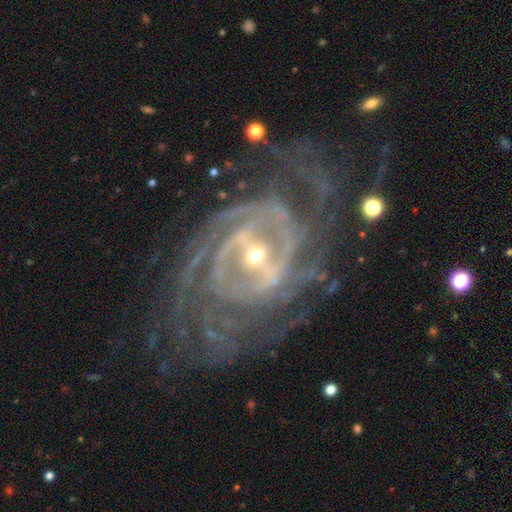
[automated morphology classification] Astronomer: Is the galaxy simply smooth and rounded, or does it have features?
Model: featured or disk — 90%.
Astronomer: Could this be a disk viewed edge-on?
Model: no — 97%.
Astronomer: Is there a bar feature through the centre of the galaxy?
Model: strong — 53% (runner-up: weak, 31%).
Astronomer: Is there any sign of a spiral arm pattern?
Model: yes — 95%.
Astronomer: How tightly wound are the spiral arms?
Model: tight — 55% (runner-up: medium, 33%).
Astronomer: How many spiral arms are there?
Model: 2 — 28% (runner-up: can't tell, 26%).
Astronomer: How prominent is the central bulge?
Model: small — 64%.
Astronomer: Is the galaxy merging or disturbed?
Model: none — 60%.